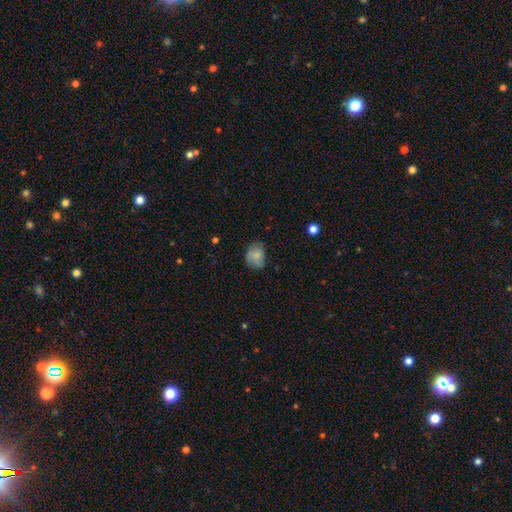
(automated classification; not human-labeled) Q: Smooth or featured?
A: smooth (76%); runner-up: featured or disk (16%)
Q: How rounded?
A: in between (50%); runner-up: round (49%)
Q: Merging?
A: none (63%); runner-up: minor disturbance (27%)